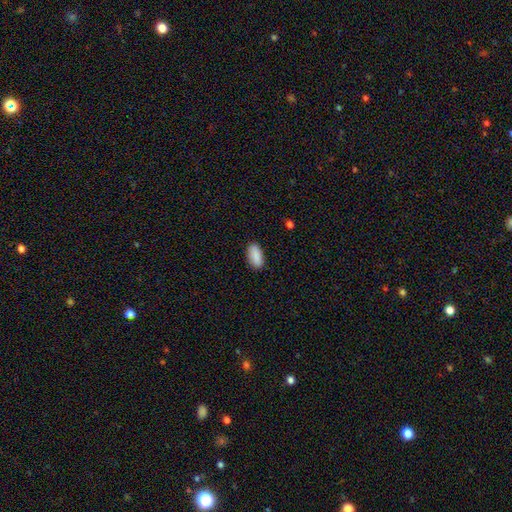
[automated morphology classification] This appears to be a smooth galaxy with no disk features (90%) that is in between round and cigar-shaped (91%). Merging: none (88%).